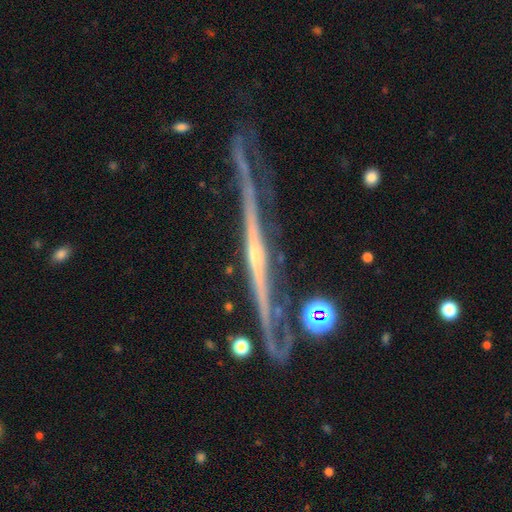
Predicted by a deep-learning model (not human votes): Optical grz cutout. It shows a featured or disk galaxy (87%) viewed edge-on (95%) with a rounded central bulge (53%). Merging: none (68%).